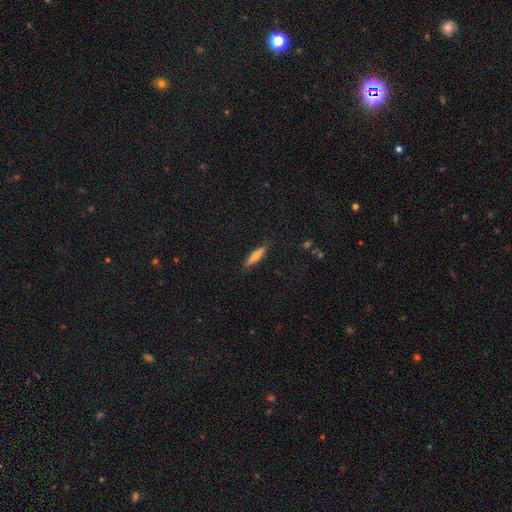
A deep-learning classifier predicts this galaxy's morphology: Overall: smooth (61%; featured or disk 32%). How rounded: cigar-shaped (75%). Merging: none (87%).